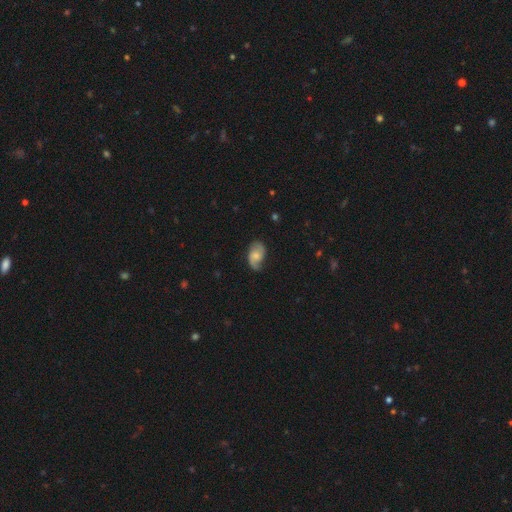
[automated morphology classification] Smooth or featured: featured or disk — 56% (smooth — 37%)
Edge-on disk: no — 96% (yes — 4%)
Bar: no — 64% (weak — 31%)
Spiral arms: yes — 90% (no — 10%)
Bulge size: moderate — 43% (small — 39%)
Merging: none — 66% (minor disturbance — 25%)